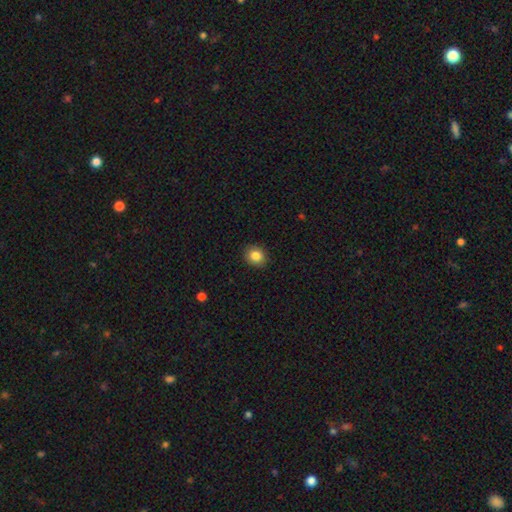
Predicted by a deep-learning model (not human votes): A smooth galaxy with no disk features (85%) that is round (65%). Merging: none (90%).